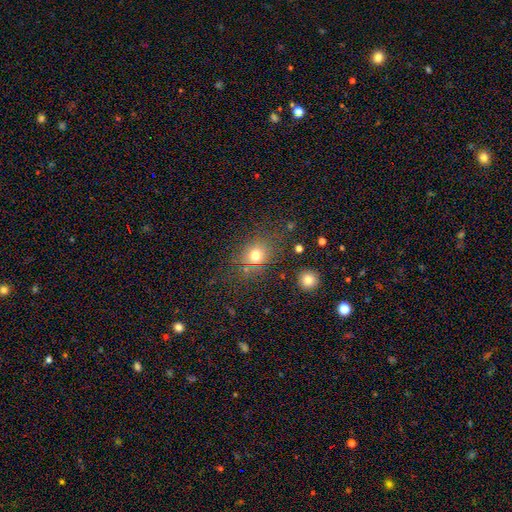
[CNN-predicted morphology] Overall: smooth (72%). How rounded: round (71%). Merging: none (75%).